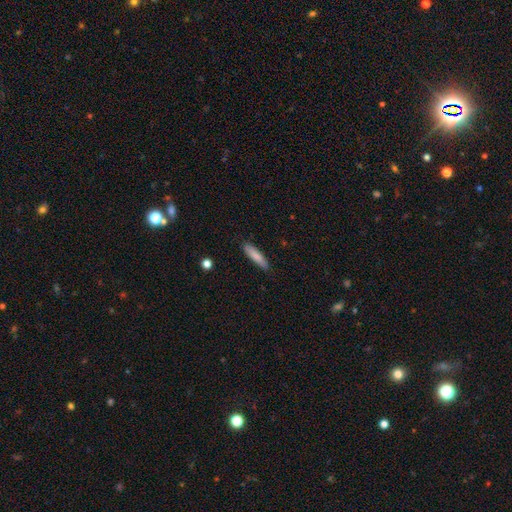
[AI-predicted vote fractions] A smooth galaxy with no disk features (83%) that is cigar-shaped (78%).

Vote fractions:
- Smooth or featured? smooth: 83% / featured or disk: 11% / star or artifact: 6%
- How rounded? cigar-shaped: 78% / in between: 21% / round: 1%
- Merging? none: 86% / minor disturbance: 11% / major disturbance: 2% / merger: 1%